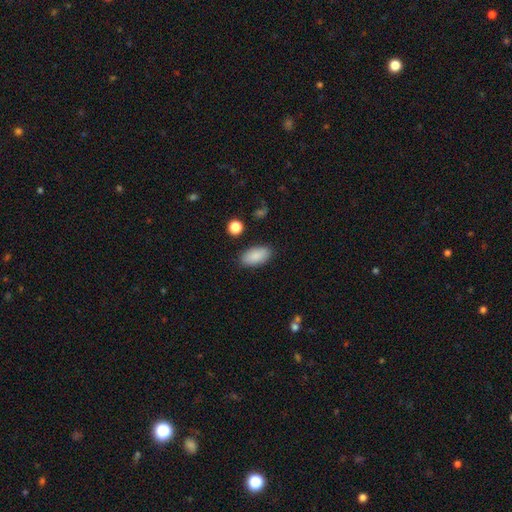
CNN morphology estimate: This is clearly a smooth galaxy (88%). How rounded: clearly in between (93%). Merging: clearly none (87%).